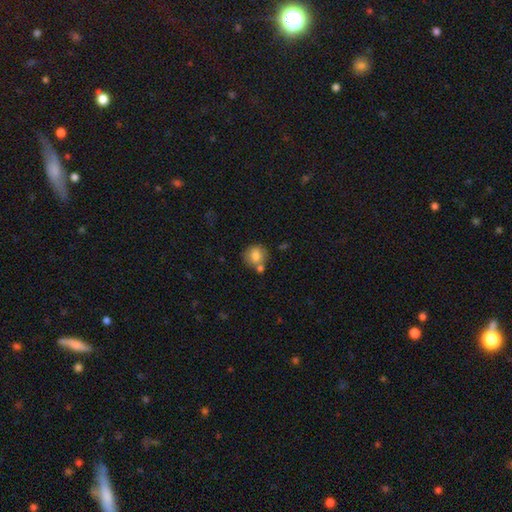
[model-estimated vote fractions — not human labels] This appears to be a smooth galaxy with no disk features (80%) that is round (88%). Merging: none (66%).